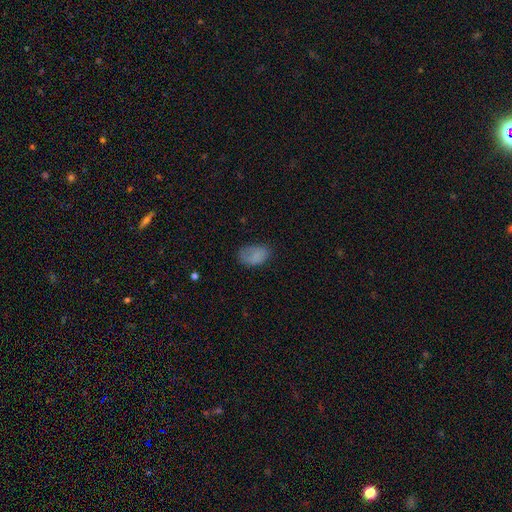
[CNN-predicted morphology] This appears to be a smooth galaxy with no disk features (80%) that is in between round and cigar-shaped (86%). Merging: none (58%).